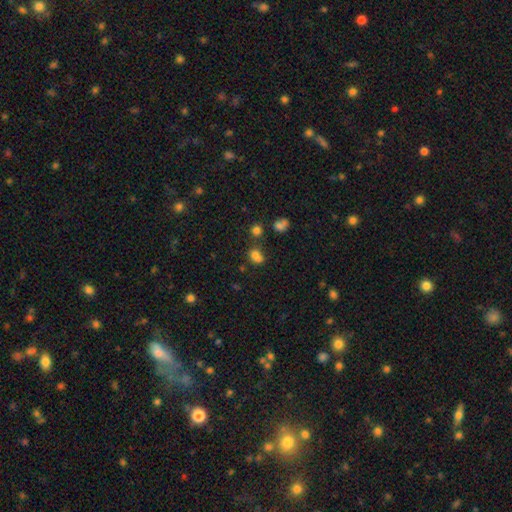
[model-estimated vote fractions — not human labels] smooth-or-featured: smooth: 72% | star or artifact: 18% | featured or disk: 9%
  how-rounded: round: 51% | in between: 47% | cigar-shaped: 1%
  merging: none: 48% | merger: 31% | minor disturbance: 15% | major disturbance: 6%